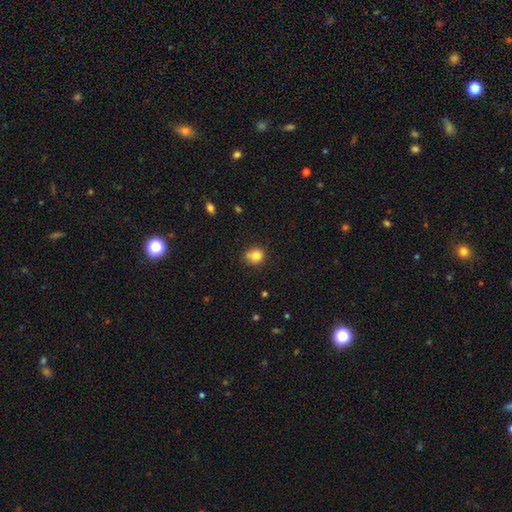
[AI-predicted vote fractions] Smooth or featured?
  - smooth: 81% *
  - star or artifact: 11%
  - featured or disk: 8%
How rounded?
  - round: 81% *
  - in between: 18%
  - cigar-shaped: 1%
Merging?
  - none: 66% *
  - minor disturbance: 18%
  - merger: 11%
  - major disturbance: 4%